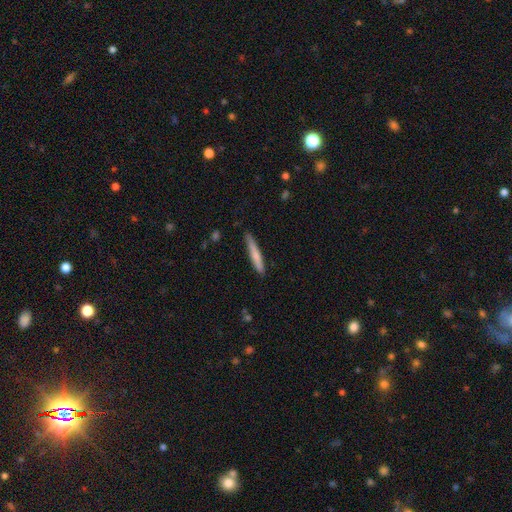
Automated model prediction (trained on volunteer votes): The model was most divided on "smooth or featured": smooth: 70%, featured or disk: 25%, star or artifact: 5%. More confident: how rounded — cigar-shaped (95%); merging — none (83%).